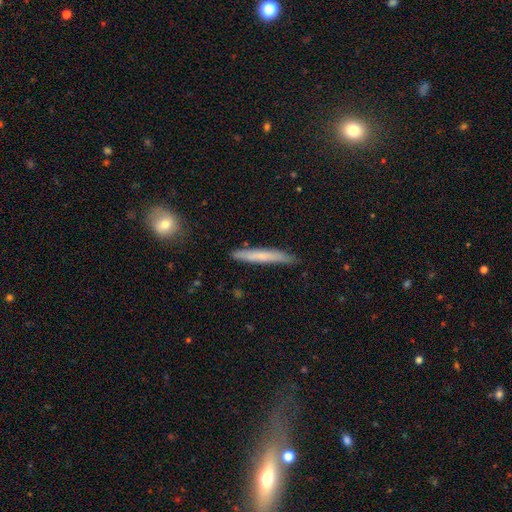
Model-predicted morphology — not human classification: This appears to be a smooth galaxy with no disk features (52%) that is cigar-shaped (95%). Merging: none (85%).